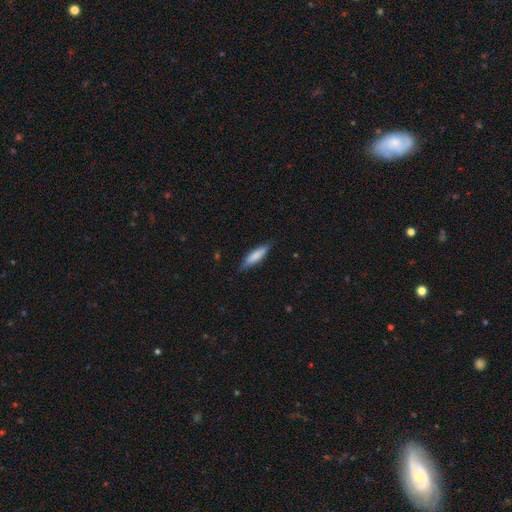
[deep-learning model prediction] Overall: smooth (77%). How rounded: cigar-shaped (75%). Merging: none (82%).